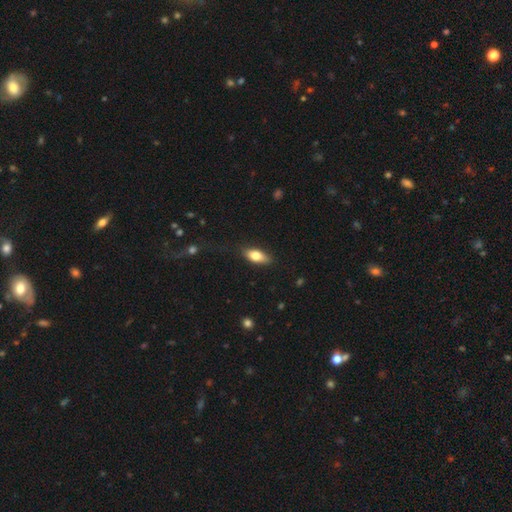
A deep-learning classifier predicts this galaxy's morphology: This appears to be a smooth galaxy with no disk features (73%) that is in between round and cigar-shaped (80%). Merging: none (80%).